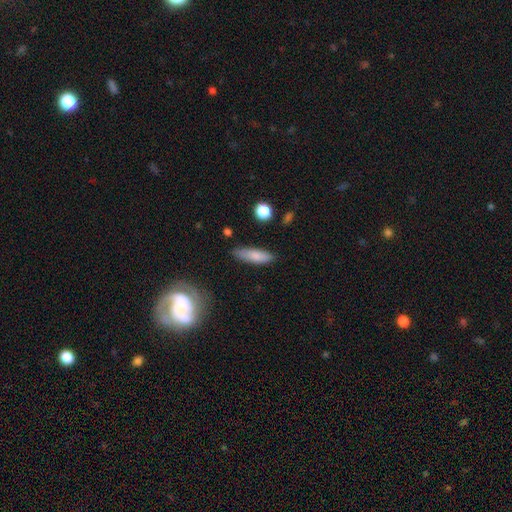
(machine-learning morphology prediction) smooth_or_featured: smooth (p=0.80) [alt: featured or disk p=0.13]
how_rounded: cigar-shaped (p=0.52) [alt: in between p=0.45]
merging: none (p=0.78) [alt: minor disturbance p=0.16]